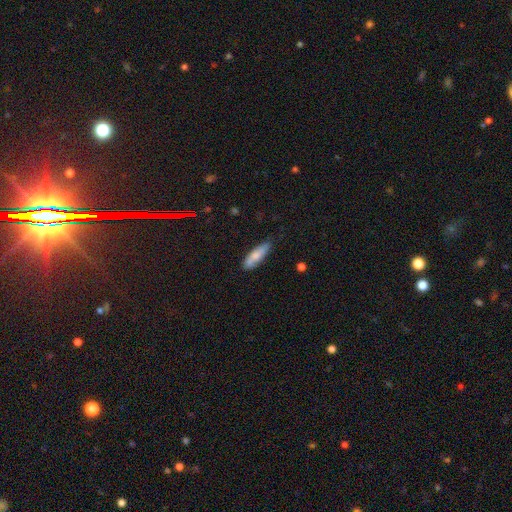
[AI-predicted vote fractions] Smooth or featured: smooth — 74% (featured or disk — 20%)
How rounded: cigar-shaped — 53% (in between — 45%)
Merging: none — 77% (minor disturbance — 18%)